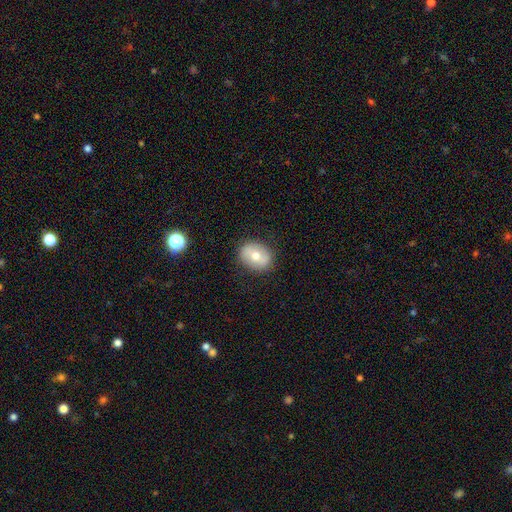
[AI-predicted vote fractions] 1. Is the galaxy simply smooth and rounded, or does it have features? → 62% smooth, 30% featured or disk, 8% star or artifact.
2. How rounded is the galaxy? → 51% in between, 48% round, 1% cigar-shaped.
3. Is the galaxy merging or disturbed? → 85% none, 11% minor disturbance, 3% major disturbance, 1% merger.